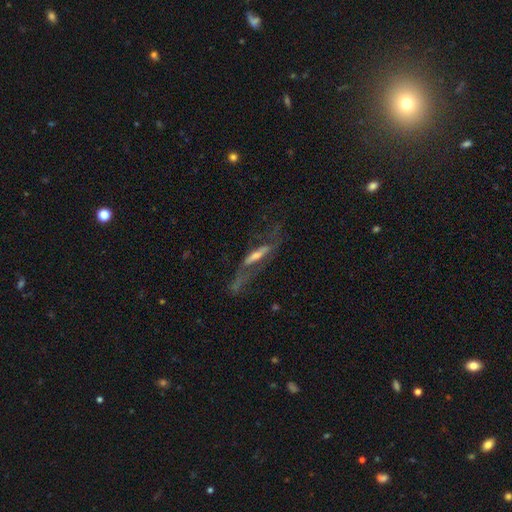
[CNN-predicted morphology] This appears to be a featured or disk galaxy (67%) viewed edge-on (58%). Merging: none (40%).